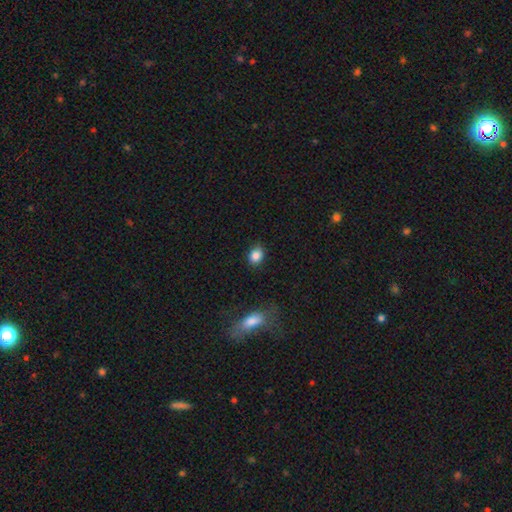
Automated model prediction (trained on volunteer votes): This is clearly a smooth galaxy (86%). How rounded: possibly round (50%). Merging: clearly none (85%).